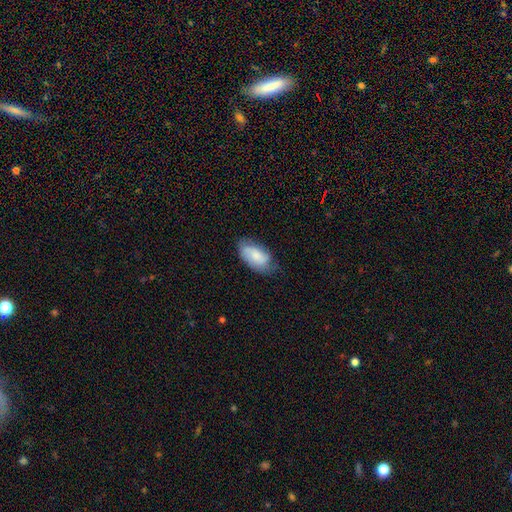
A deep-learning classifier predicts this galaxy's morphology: The model was most divided on "smooth or featured": smooth: 64%, featured or disk: 30%, star or artifact: 7%. More confident: how rounded — in between (94%); merging — none (63%).